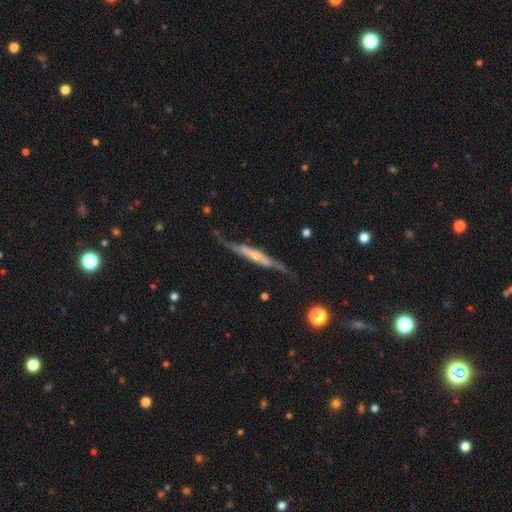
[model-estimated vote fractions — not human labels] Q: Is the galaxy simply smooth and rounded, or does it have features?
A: featured or disk — 75%.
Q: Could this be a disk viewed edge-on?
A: yes — 73%.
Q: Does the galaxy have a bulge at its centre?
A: none — 42%.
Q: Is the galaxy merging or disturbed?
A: none — 59%.